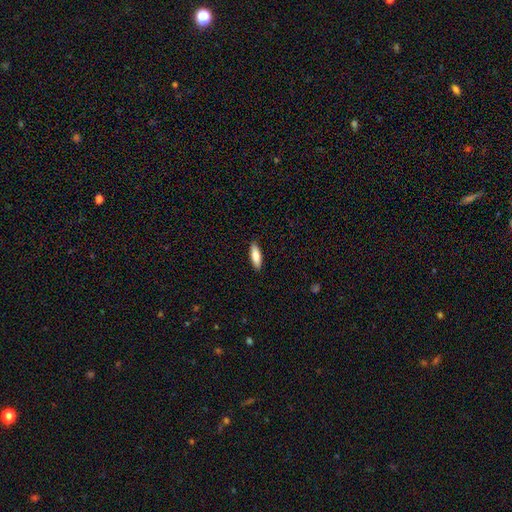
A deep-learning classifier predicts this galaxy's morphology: smooth-or-featured: smooth: 84% | featured or disk: 10% | star or artifact: 6%
  how-rounded: in between: 50% | cigar-shaped: 48% | round: 2%
  merging: none: 90% | minor disturbance: 8% | major disturbance: 2% | merger: 1%